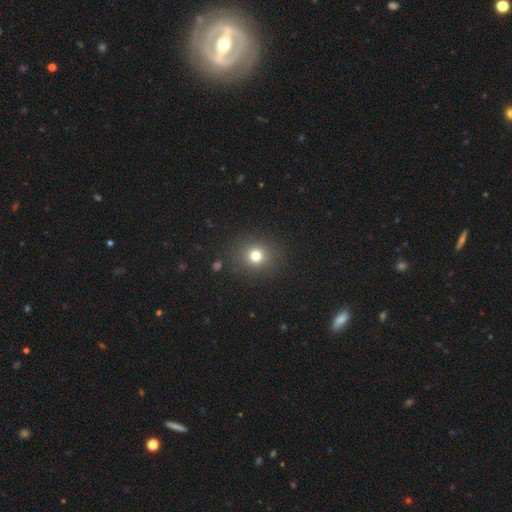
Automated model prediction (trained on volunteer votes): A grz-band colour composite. It shows a smooth galaxy with no disk features (77%) that is round (85%). Merging: none (88%).